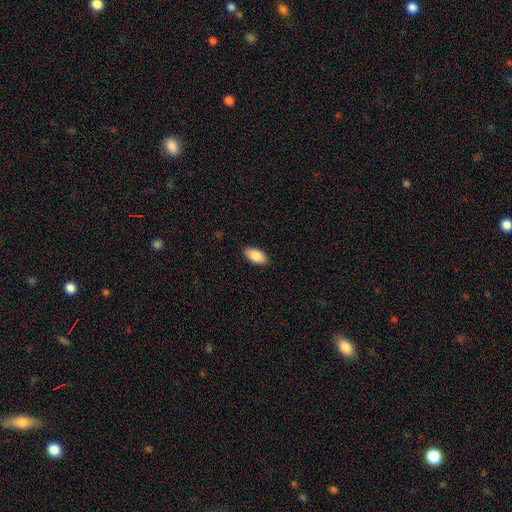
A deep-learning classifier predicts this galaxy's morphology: Overall: smooth (87%). How rounded: in between (94%). Merging: none (88%).